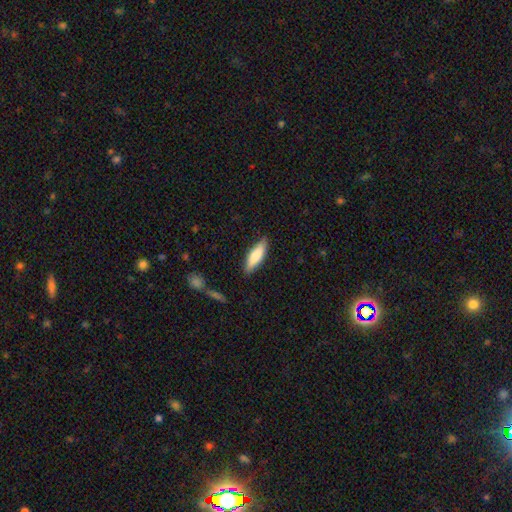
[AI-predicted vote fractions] The model was most divided on "how rounded": cigar-shaped: 58%, in between: 41%, round: 2%. More confident: merging — none (85%); smooth or featured — smooth (76%).